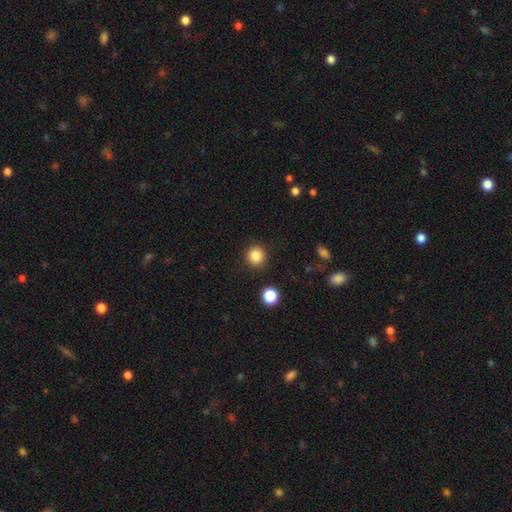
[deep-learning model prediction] A smooth galaxy with no disk features (85%) that is round (92%). Merging: none (90%).